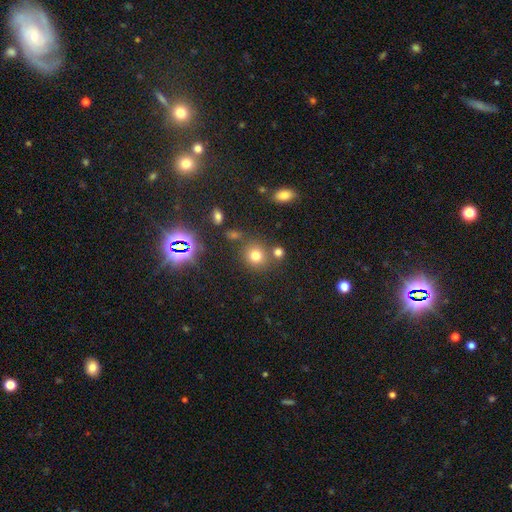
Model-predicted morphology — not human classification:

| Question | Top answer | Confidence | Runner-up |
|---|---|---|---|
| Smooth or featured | smooth | 73% | star or artifact (19%) |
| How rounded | round | 84% | in between (15%) |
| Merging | none | 72% | merger (14%) |